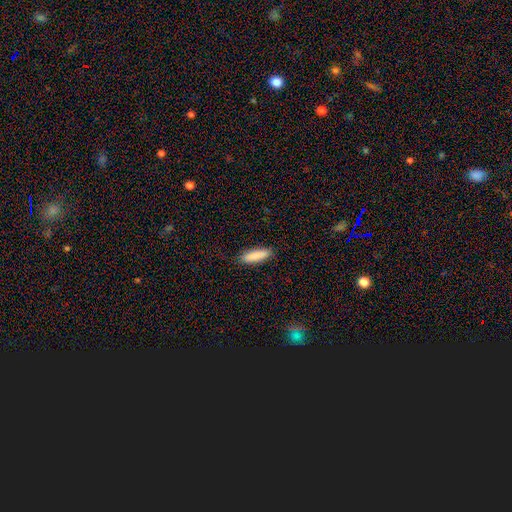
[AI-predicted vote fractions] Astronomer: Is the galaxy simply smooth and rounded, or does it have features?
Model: smooth — 88%.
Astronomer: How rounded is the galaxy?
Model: cigar-shaped — 68%.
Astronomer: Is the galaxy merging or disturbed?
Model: none — 88%.